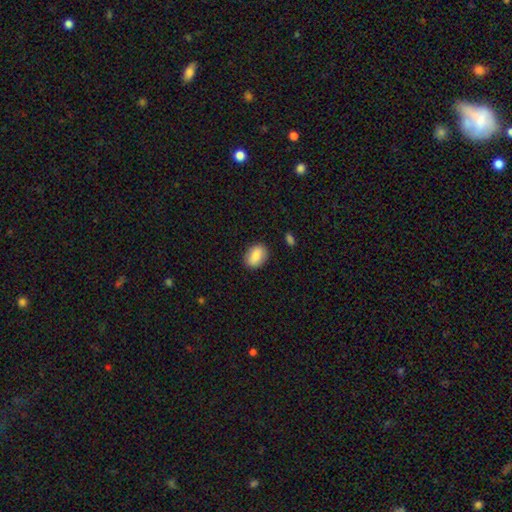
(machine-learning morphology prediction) Q: Smooth or featured?
A: smooth (86%); runner-up: featured or disk (8%)
Q: How rounded?
A: in between (80%); runner-up: round (19%)
Q: Merging?
A: none (87%); runner-up: minor disturbance (9%)